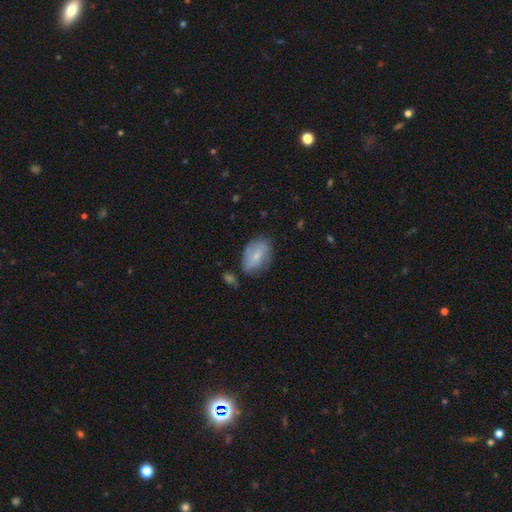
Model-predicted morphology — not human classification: smooth_or_featured: smooth (p=0.63) [alt: featured or disk p=0.30]
how_rounded: in between (p=0.85) [alt: round p=0.13]
merging: none (p=0.65) [alt: minor disturbance p=0.24]